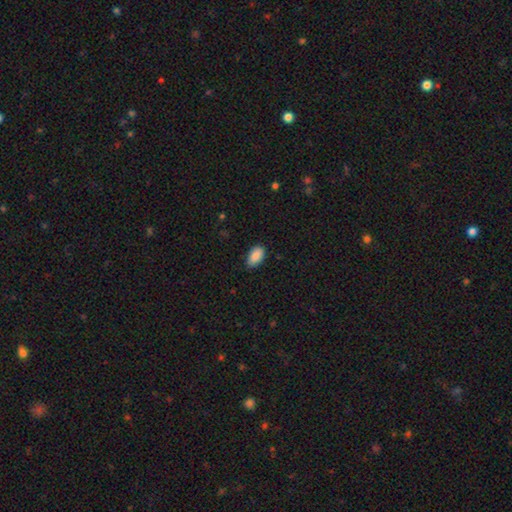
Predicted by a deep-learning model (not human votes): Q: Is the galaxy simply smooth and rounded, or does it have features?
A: smooth — 89%.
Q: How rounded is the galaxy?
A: in between — 94%.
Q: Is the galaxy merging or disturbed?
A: none — 81%.